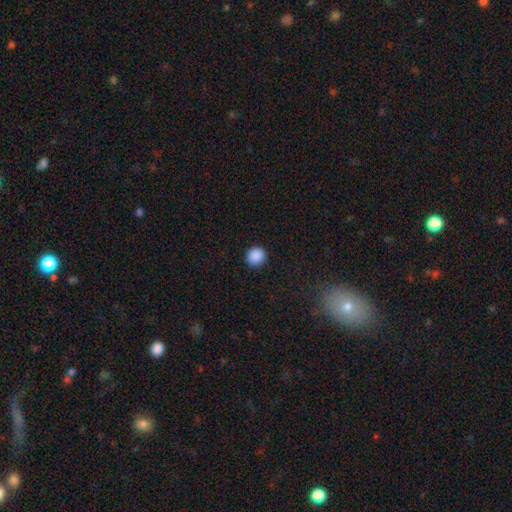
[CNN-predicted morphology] The model was most divided on "smooth or featured": smooth: 89%, star or artifact: 9%, featured or disk: 2%. More confident: how rounded — round (94%); merging — none (92%).